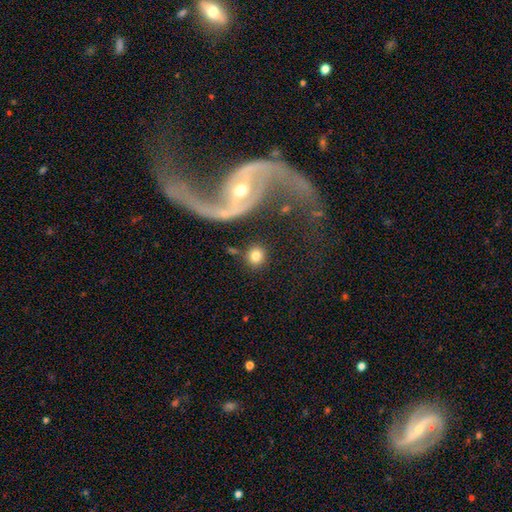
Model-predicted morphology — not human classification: smooth-or-featured: smooth: 80% | featured or disk: 12% | star or artifact: 8%
  how-rounded: round: 86% | in between: 12% | cigar-shaped: 2%
  merging: none: 81% | minor disturbance: 8% | merger: 7% | major disturbance: 5%